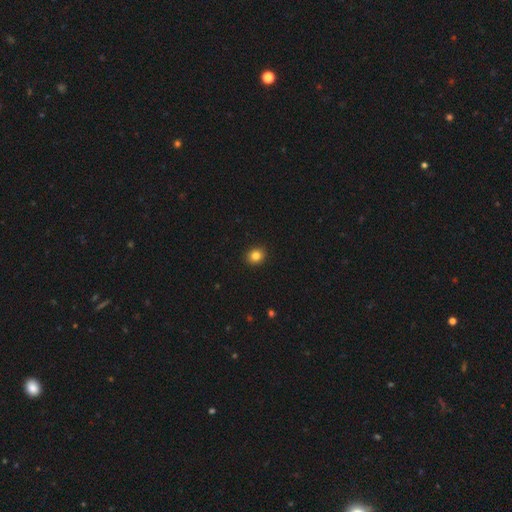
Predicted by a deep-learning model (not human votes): A smooth galaxy with no disk features (84%) that is round (74%).

Vote fractions:
- Smooth or featured? smooth: 84% / star or artifact: 11% / featured or disk: 5%
- How rounded? round: 74% / in between: 25% / cigar-shaped: 1%
- Merging? none: 92% / minor disturbance: 5% / major disturbance: 2% / merger: 1%